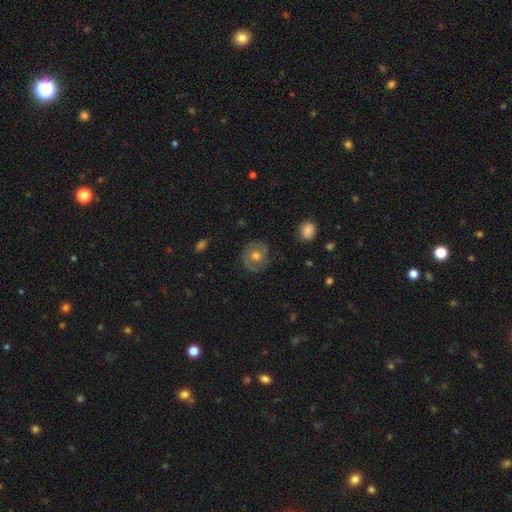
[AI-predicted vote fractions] Overall: featured or disk (54%; smooth 38%). Edge-on disk: no (97%). Bar: no (77%). Spiral arms: yes (74%). Bulge size: moderate (76%). Merging: none (82%).